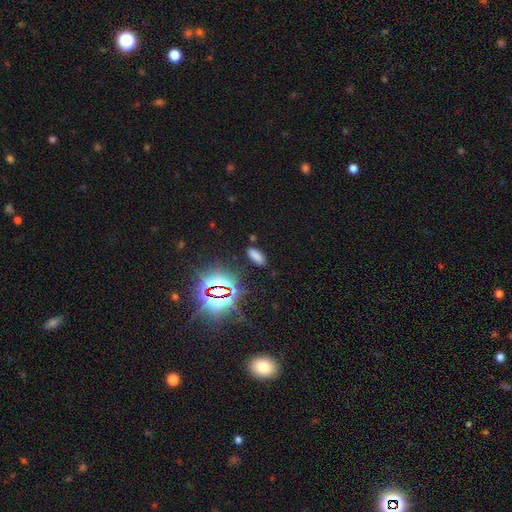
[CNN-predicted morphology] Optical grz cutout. It shows a smooth galaxy with no disk features (68%) that is in between round and cigar-shaped (80%). Merging: none (86%).